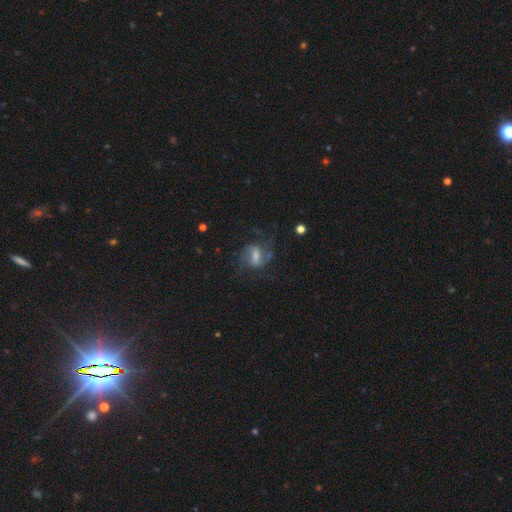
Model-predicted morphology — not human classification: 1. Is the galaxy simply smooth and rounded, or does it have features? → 75% featured or disk, 16% smooth, 8% star or artifact.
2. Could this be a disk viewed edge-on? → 96% no, 4% yes.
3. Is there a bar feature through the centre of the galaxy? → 50% weak, 34% strong, 16% no.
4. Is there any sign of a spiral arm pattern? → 93% yes, 7% no.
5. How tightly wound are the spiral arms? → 51% medium, 32% loose, 16% tight.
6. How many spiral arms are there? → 76% 2, 9% can't tell, 7% 3, 4% 1, 2% 4, 2% more than 4.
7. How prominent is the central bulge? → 39% moderate, 29% small, 15% none, 15% large, 2% dominant.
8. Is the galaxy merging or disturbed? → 60% none, 19% major disturbance, 18% minor disturbance, 2% merger.